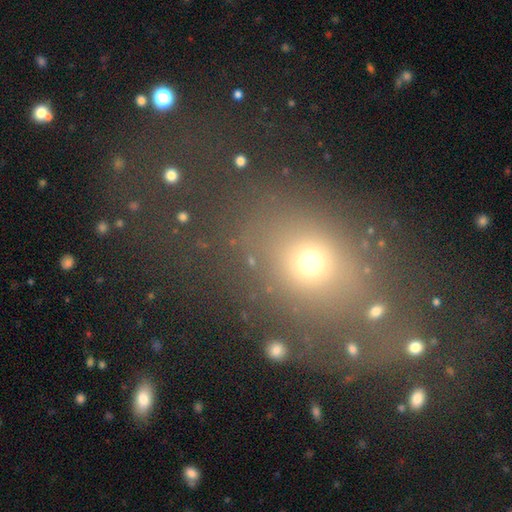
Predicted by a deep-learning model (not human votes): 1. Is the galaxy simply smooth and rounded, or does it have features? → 60% smooth, 26% star or artifact, 15% featured or disk.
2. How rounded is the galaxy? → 52% in between, 45% round, 3% cigar-shaped.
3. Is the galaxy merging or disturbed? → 65% none, 14% minor disturbance, 13% major disturbance, 7% merger.